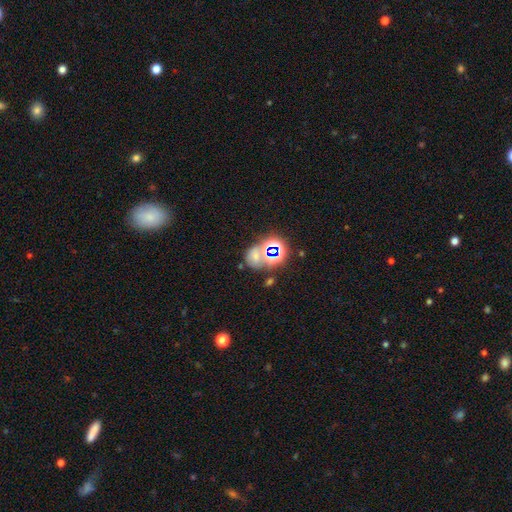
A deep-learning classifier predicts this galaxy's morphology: Smooth or featured? star or artifact (44%)